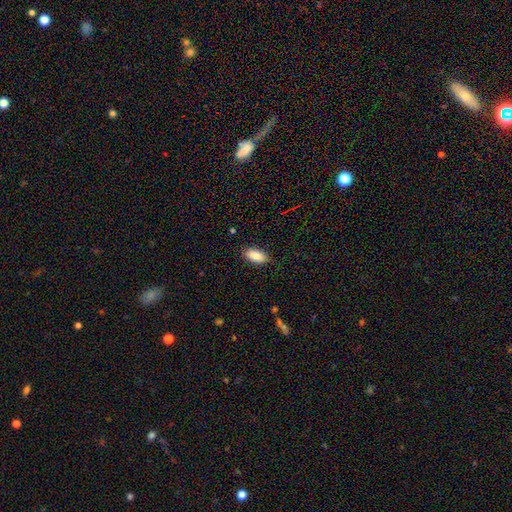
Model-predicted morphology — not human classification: smooth-or-featured: smooth: 88% | star or artifact: 7% | featured or disk: 5%
  how-rounded: in between: 91% | cigar-shaped: 7% | round: 2%
  merging: none: 87% | minor disturbance: 10% | major disturbance: 2% | merger: 1%